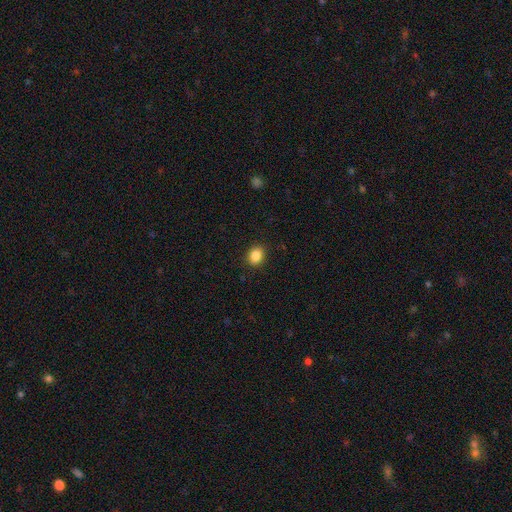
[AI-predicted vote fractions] smooth 87%, star or artifact 9%, featured or disk 4%. Down the decision tree: how rounded — in between (53%); merging — none (90%).